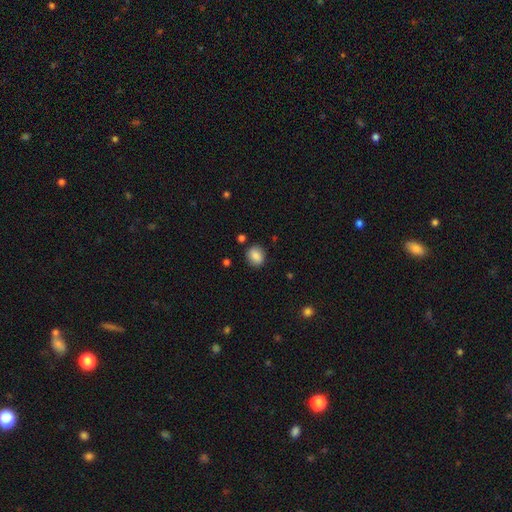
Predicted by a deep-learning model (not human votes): This appears to be a smooth galaxy with no disk features (86%) that is round (61%). Merging: none (85%).